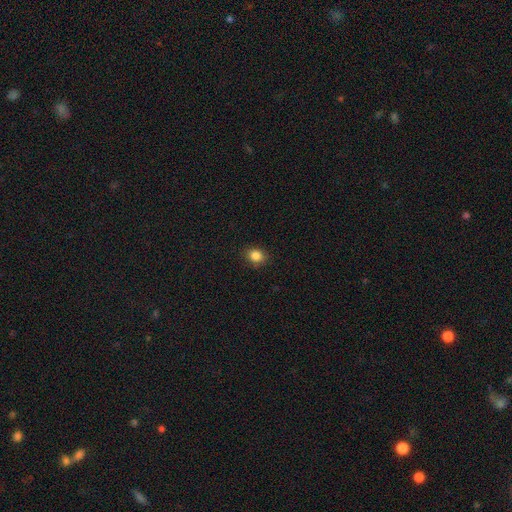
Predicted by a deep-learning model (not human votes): This appears to be a smooth galaxy with no disk features (85%) that is round (54%). Merging: none (86%).